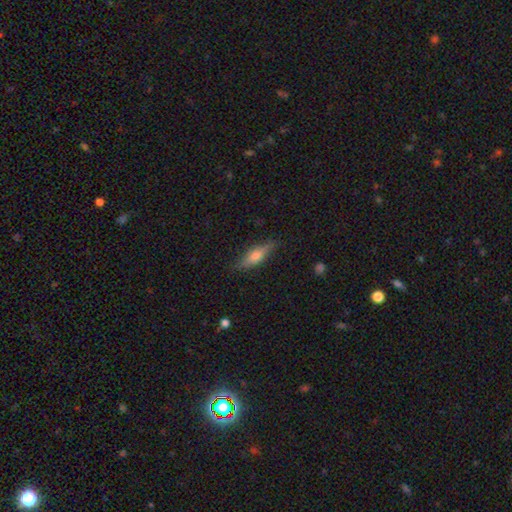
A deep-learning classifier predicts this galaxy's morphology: type=featured or disk (48%); merging=none (83%).